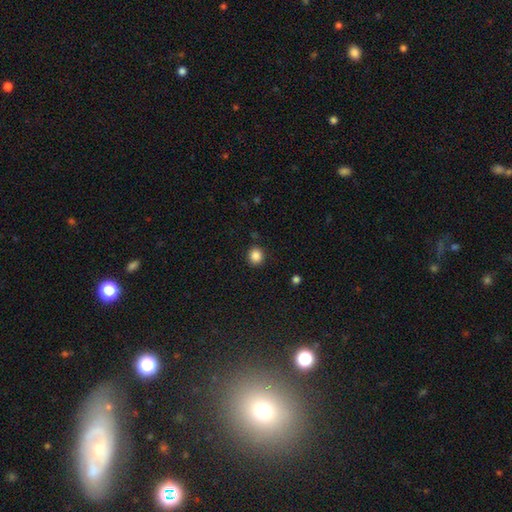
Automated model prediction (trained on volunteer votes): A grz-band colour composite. It shows a smooth galaxy with no disk features (86%) that is round (85%). Merging: none (89%).